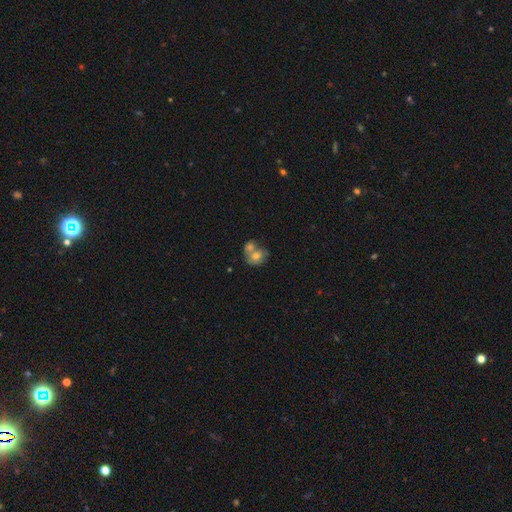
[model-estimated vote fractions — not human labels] smooth 68%, featured or disk 24%, star or artifact 9%. Down the decision tree: how rounded — round (60%); merging — merger (61%).